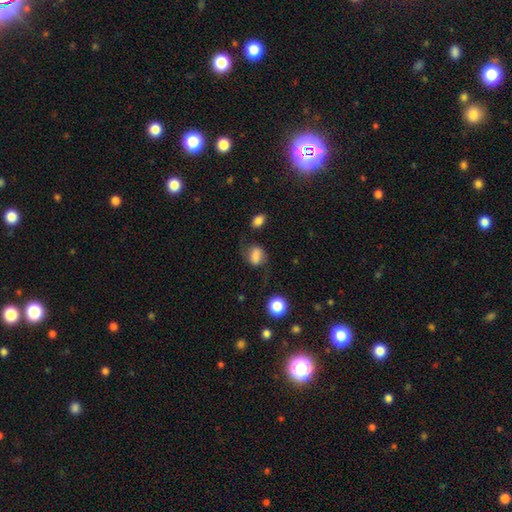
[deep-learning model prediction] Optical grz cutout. It shows a smooth galaxy with no disk features (69%) that is in between round and cigar-shaped (66%). Merging: none (58%).